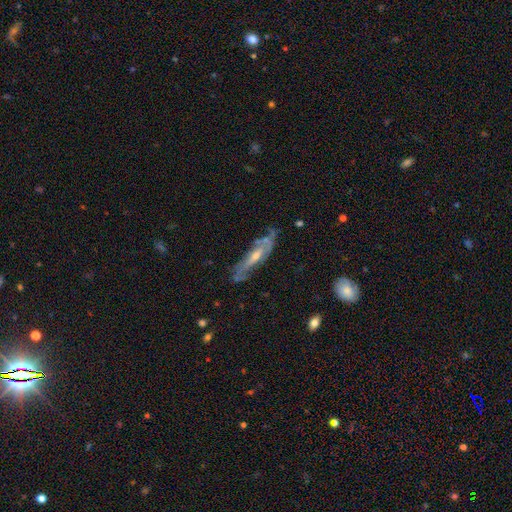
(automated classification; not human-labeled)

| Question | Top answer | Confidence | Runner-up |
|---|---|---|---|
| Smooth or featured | featured or disk | 78% | smooth (16%) |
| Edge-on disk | no | 61% | yes (39%) |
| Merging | none | 63% | minor disturbance (23%) |